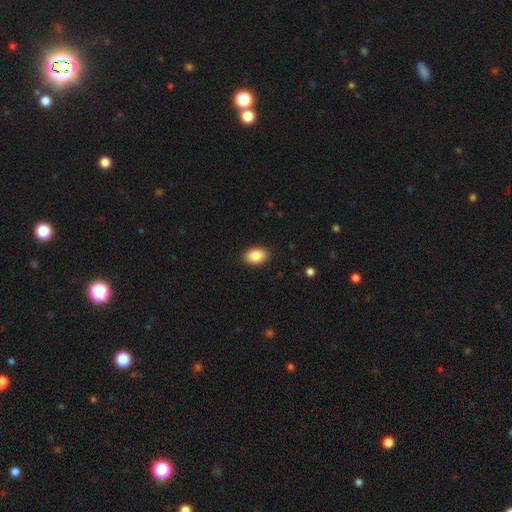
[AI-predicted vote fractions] This is clearly a smooth galaxy (88%). How rounded: clearly in between (86%). Merging: clearly none (89%).